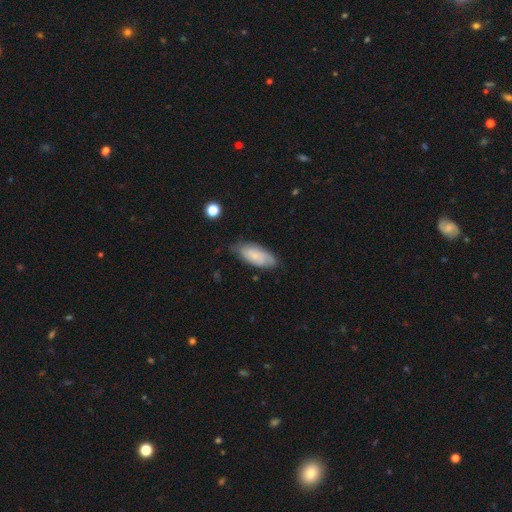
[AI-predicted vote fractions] A smooth galaxy with no disk features (59%) that is in between round and cigar-shaped (84%). Merging: none (68%).